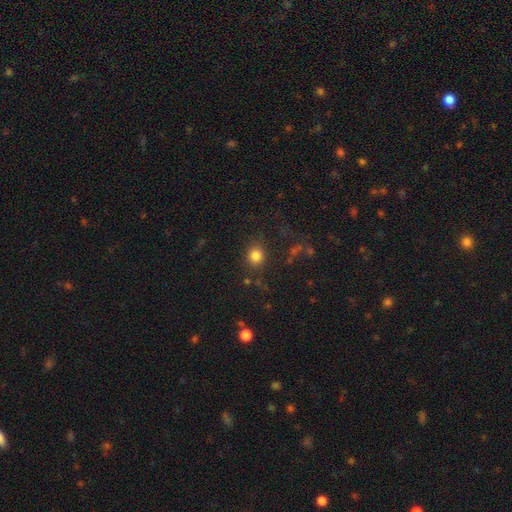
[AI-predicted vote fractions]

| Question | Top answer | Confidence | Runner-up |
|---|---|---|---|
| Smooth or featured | smooth | 82% | star or artifact (13%) |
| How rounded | round | 84% | in between (15%) |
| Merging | none | 80% | minor disturbance (11%) |